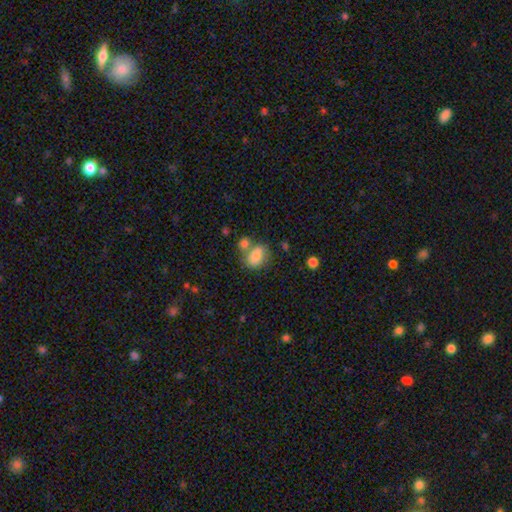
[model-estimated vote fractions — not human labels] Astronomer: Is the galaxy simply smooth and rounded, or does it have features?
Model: smooth — 81%.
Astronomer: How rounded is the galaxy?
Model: in between — 78%.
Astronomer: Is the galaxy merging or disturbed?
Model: none — 43% (runner-up: merger, 31%).